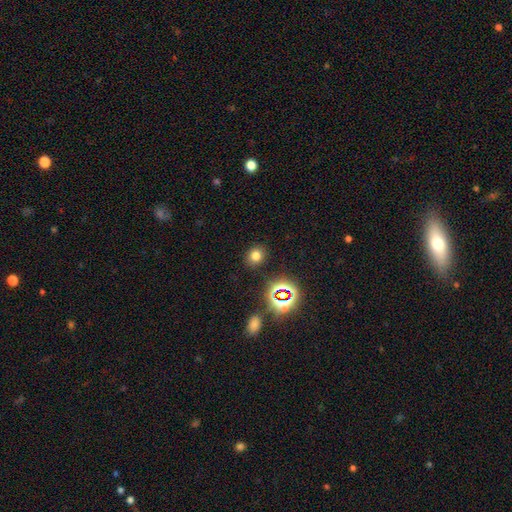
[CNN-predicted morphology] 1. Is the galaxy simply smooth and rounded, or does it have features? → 71% smooth, 22% star or artifact, 7% featured or disk.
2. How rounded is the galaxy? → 70% round, 29% in between, 1% cigar-shaped.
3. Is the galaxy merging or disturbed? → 87% none, 8% minor disturbance, 3% major disturbance, 2% merger.